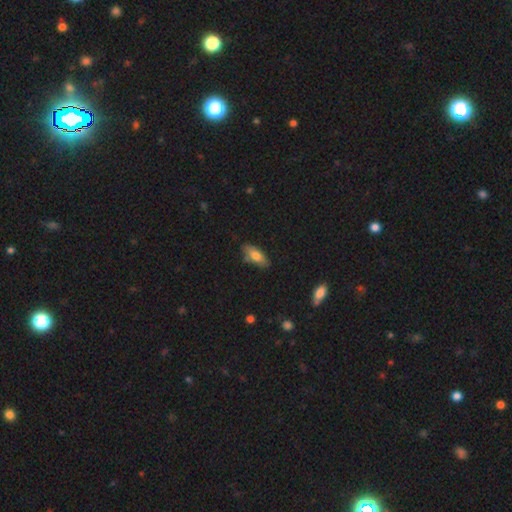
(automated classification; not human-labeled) smooth 71%, featured or disk 22%, star or artifact 7%. Down the decision tree: how rounded — in between (73%); merging — none (73%).